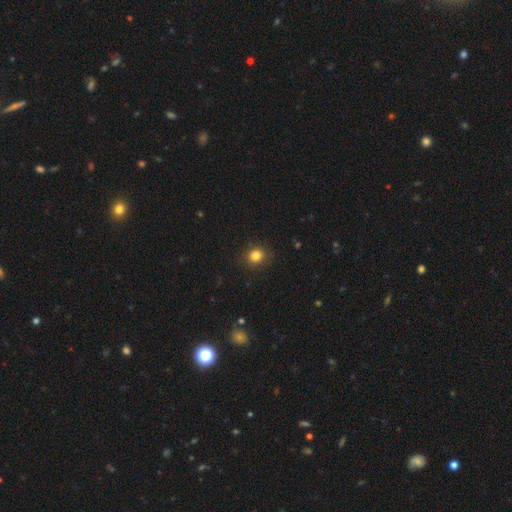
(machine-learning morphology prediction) Smooth or featured: smooth — 83% (star or artifact — 12%)
How rounded: round — 79% (in between — 20%)
Merging: none — 88% (minor disturbance — 9%)